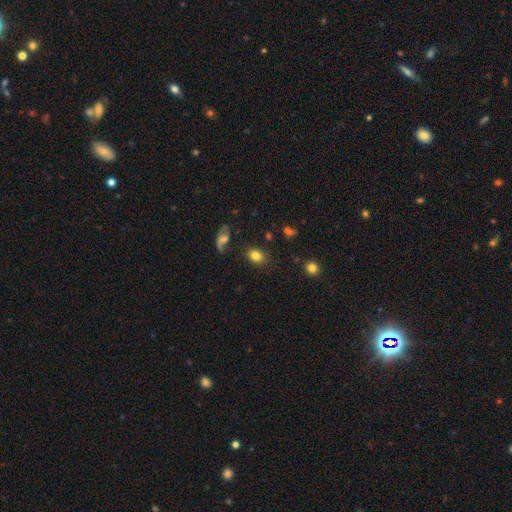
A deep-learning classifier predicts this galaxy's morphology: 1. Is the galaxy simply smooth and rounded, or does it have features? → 80% smooth, 11% featured or disk, 10% star or artifact.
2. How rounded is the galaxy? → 65% in between, 34% round, 1% cigar-shaped.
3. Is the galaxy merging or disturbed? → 79% none, 13% minor disturbance, 4% major disturbance, 3% merger.